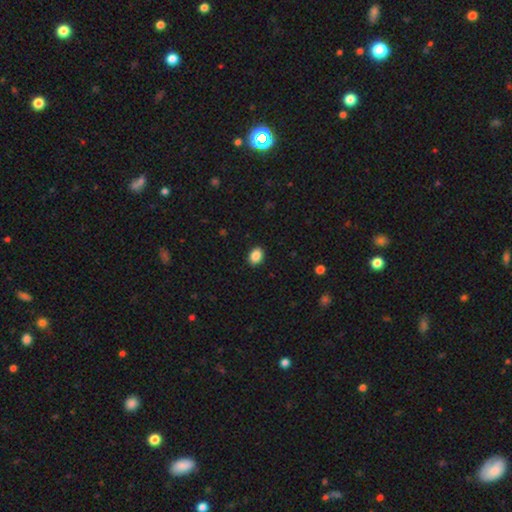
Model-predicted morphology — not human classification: This appears to be a smooth galaxy with no disk features (88%) that is in between round and cigar-shaped (70%). Merging: none (90%).